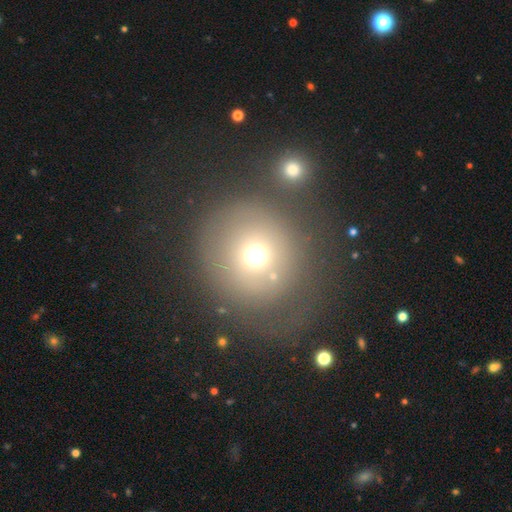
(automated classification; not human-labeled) Smooth or featured?
  - smooth: 66% *
  - featured or disk: 18%
  - star or artifact: 16%
How rounded?
  - round: 90% *
  - in between: 9%
  - cigar-shaped: 1%
Merging?
  - none: 56% *
  - major disturbance: 16%
  - minor disturbance: 16%
  - merger: 12%